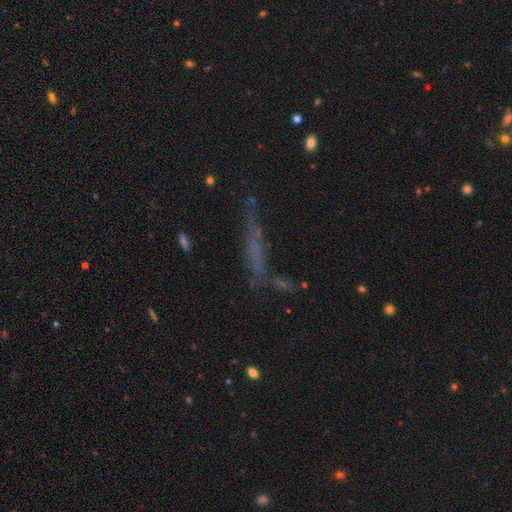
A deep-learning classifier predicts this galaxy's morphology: Overall: smooth (44%; featured or disk 34%). Merging: none (57%; minor disturbance 21%).